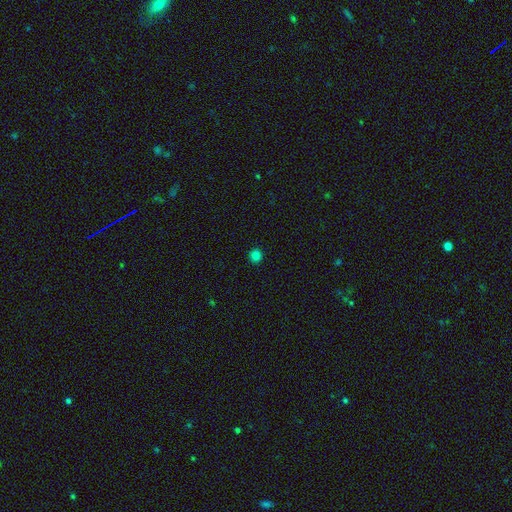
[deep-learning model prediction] A smooth galaxy with no disk features (82%) that is round (94%). Merging: none (93%).